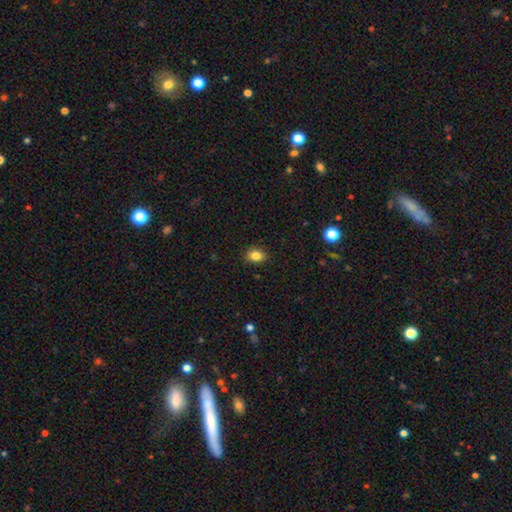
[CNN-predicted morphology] type=smooth (83%); roundness=in between (50%); merging=none (88%).